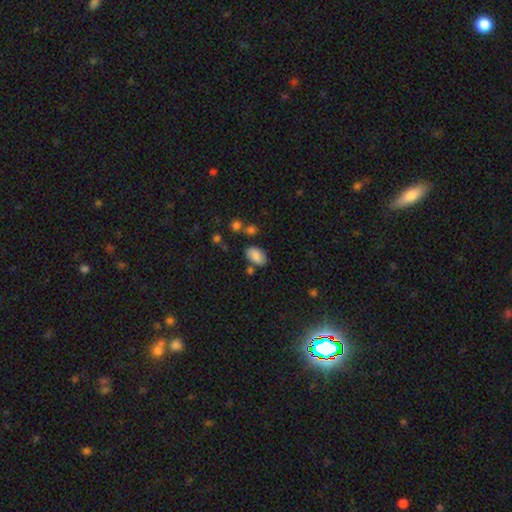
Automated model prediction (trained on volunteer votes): Q: Smooth or featured?
A: smooth (83%); runner-up: featured or disk (9%)
Q: How rounded?
A: in between (92%); runner-up: round (6%)
Q: Merging?
A: none (70%); runner-up: minor disturbance (17%)